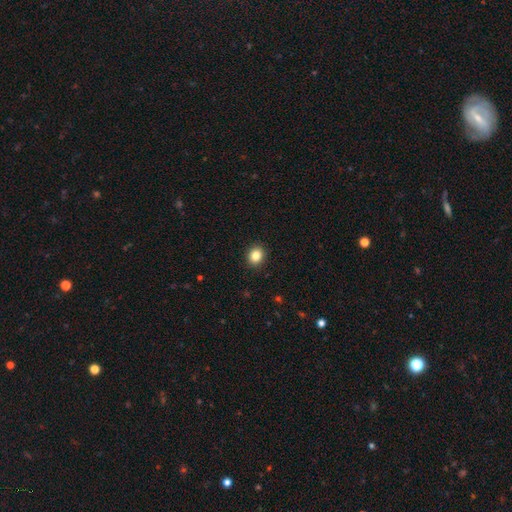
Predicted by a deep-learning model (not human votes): smooth_or_featured: smooth (p=0.84) [alt: star or artifact p=0.10]
how_rounded: round (p=0.72) [alt: in between p=0.27]
merging: none (p=0.92) [alt: minor disturbance p=0.06]